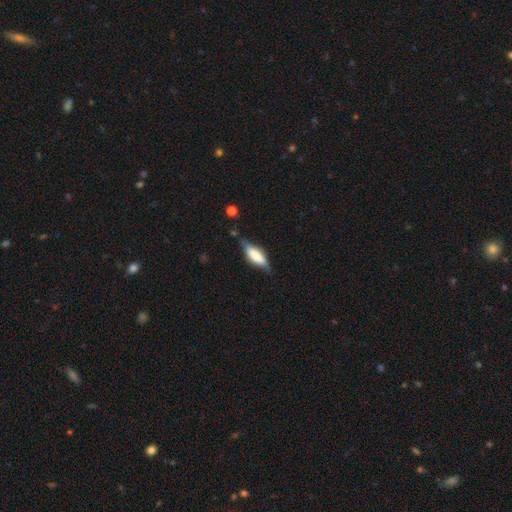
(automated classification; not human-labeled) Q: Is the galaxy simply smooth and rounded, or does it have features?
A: smooth — 48%.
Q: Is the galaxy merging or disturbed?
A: none — 65%.